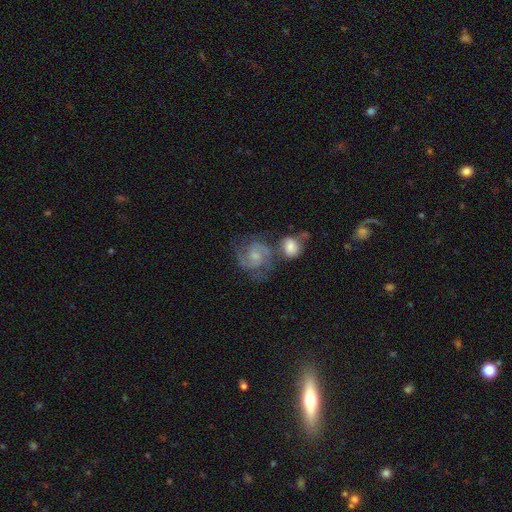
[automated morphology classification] A featured or disk galaxy (79%) with no bar (58%), 2 (70%) medium (49%) spiral arms (95%) and a small central bulge (53%).

Vote fractions:
- Smooth or featured? featured or disk: 79% / smooth: 15% / star or artifact: 6%
- Edge-on disk? no: 98% / yes: 2%
- Bar? no: 58% / weak: 36% / strong: 6%
- Spiral arms? yes: 95% / no: 5%
- Spiral winding? medium: 49% / tight: 38% / loose: 12%
- Spiral arm count? 2: 70% / 3: 12% / can't tell: 11% / 1: 3% / 4: 3% / more than 4: 2%
- Bulge size? small: 53% / moderate: 36% / none: 7% / large: 3% / dominant: 1%
- Merging? none: 47% / merger: 29% / minor disturbance: 15% / major disturbance: 9%